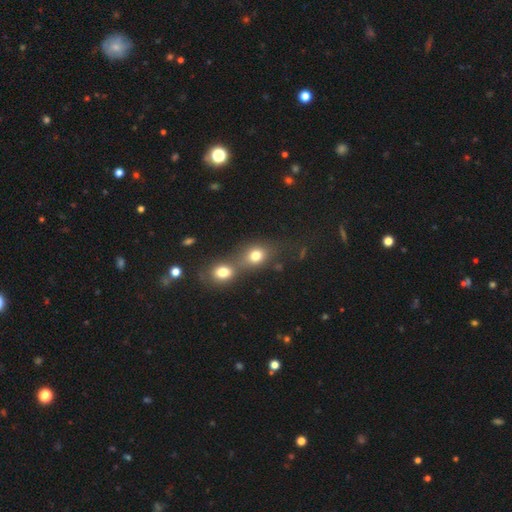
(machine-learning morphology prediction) This appears to be a smooth galaxy with no disk features (76%) that is round (61%). Merging: merger (53%).